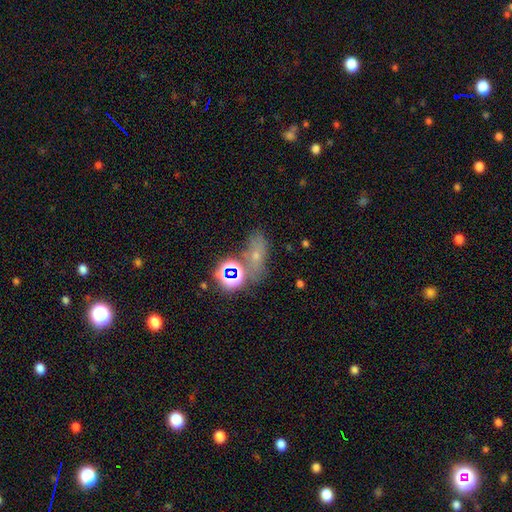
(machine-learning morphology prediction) smooth-or-featured: star or artifact: 40% | smooth: 39% | featured or disk: 21%